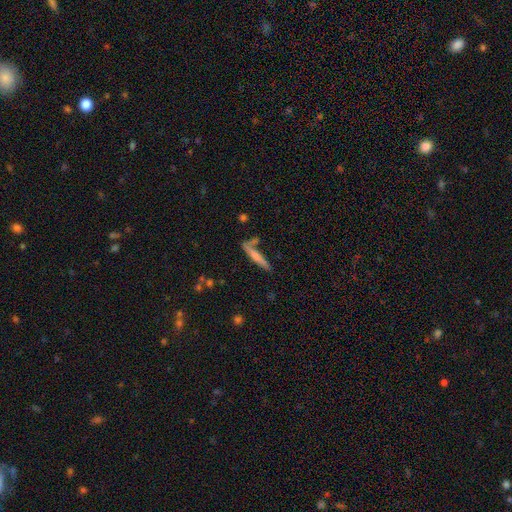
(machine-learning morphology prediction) The model was most divided on "smooth or featured": smooth: 58%, featured or disk: 34%, star or artifact: 7%. More confident: how rounded — cigar-shaped (92%); merging — none (63%).